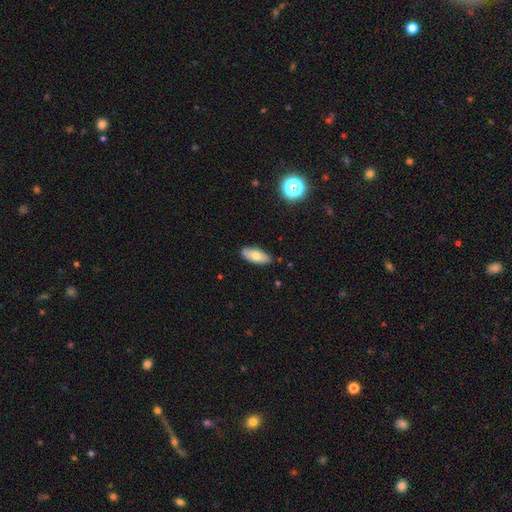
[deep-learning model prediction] This appears to be a smooth galaxy with no disk features (73%) that is in between round and cigar-shaped (81%). Merging: none (85%).